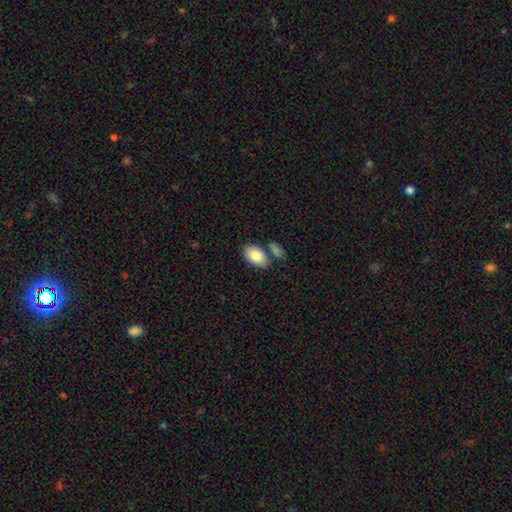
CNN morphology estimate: Smooth or featured? Predicted: smooth (p=0.84). How rounded? Predicted: in between (p=0.93). Merging? Predicted: none (p=0.69).